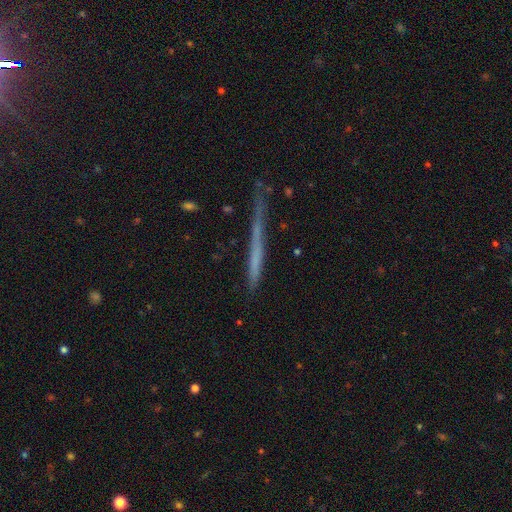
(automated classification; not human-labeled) smooth_or_featured: smooth (p=0.48) [alt: featured or disk p=0.43]
merging: none (p=0.71) [alt: minor disturbance p=0.20]